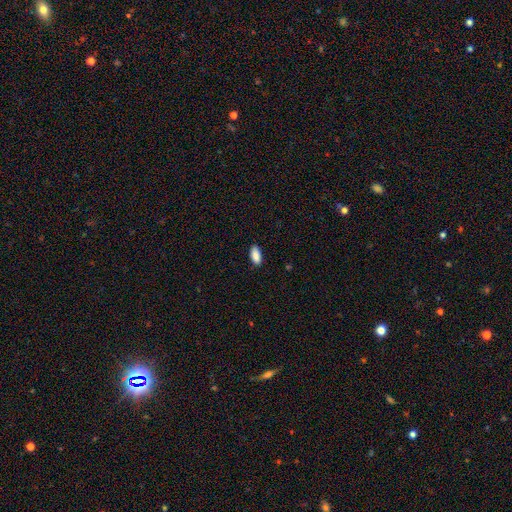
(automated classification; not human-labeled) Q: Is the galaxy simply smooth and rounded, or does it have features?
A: smooth — 90%.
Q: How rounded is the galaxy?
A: in between — 90%.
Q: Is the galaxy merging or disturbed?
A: none — 88%.